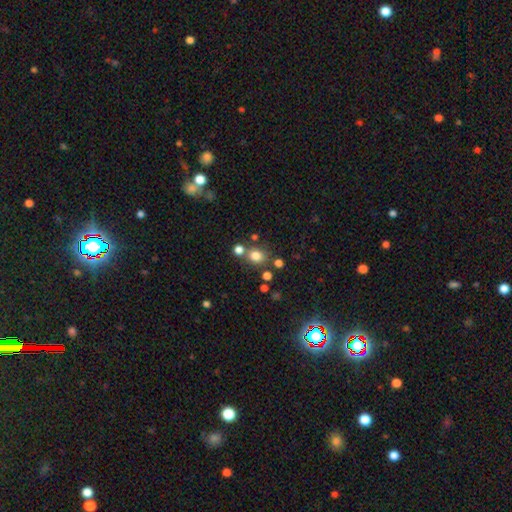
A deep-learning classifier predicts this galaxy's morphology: This appears to be a smooth galaxy with no disk features (78%) that is round (70%). Merging: none (69%).